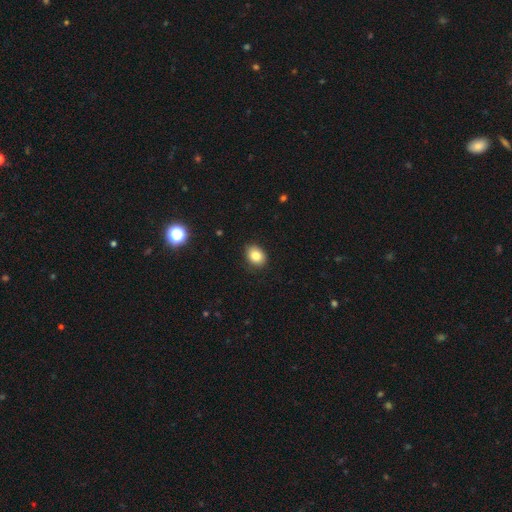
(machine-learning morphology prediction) Smooth or featured: smooth — 84% (star or artifact — 10%)
How rounded: in between — 56% (round — 43%)
Merging: none — 86% (minor disturbance — 10%)